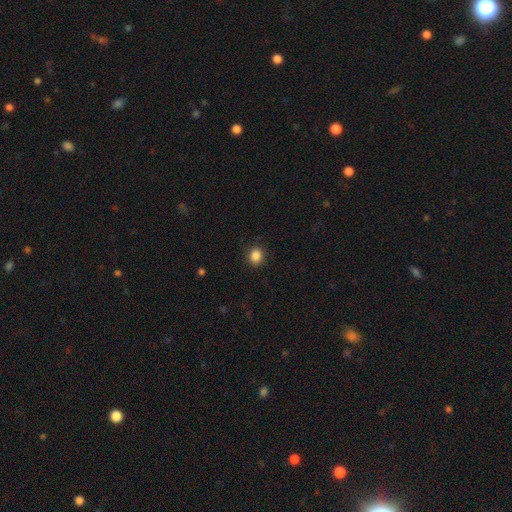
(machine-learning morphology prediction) smooth_or_featured: smooth (p=0.86) [alt: star or artifact p=0.10]
how_rounded: round (p=0.72) [alt: in between p=0.27]
merging: none (p=0.89) [alt: minor disturbance p=0.08]